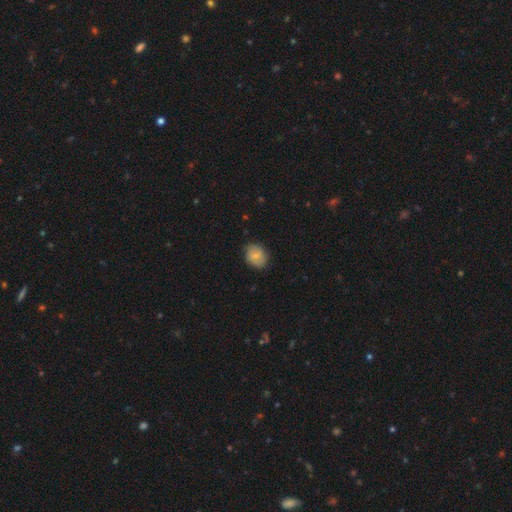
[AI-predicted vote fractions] Overall: smooth (75%). How rounded: in between (50%; round 49%). Merging: none (79%).